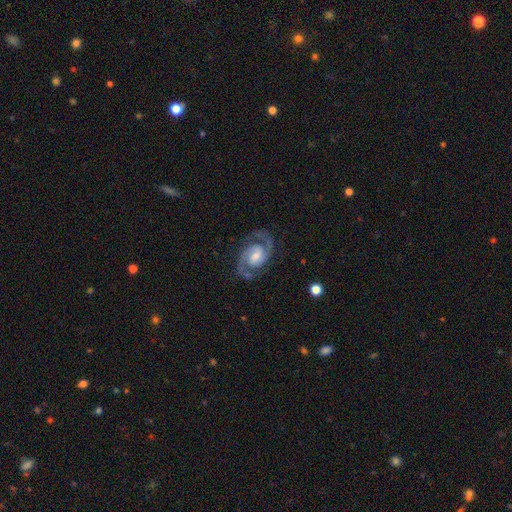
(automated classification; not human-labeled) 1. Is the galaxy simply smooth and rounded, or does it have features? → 91% featured or disk, 5% star or artifact, 4% smooth.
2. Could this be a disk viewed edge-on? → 98% no, 2% yes.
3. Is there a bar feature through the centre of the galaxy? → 45% weak, 43% no, 13% strong.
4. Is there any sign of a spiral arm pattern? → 98% yes, 2% no.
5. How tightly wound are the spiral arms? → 59% medium, 30% tight, 11% loose.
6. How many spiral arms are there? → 93% 2, 2% can't tell, 2% 3, 1% 1, 1% 4, 1% more than 4.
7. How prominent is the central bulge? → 43% moderate, 39% small, 9% large, 7% none, 2% dominant.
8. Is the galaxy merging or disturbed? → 80% none, 13% minor disturbance, 6% major disturbance, 2% merger.